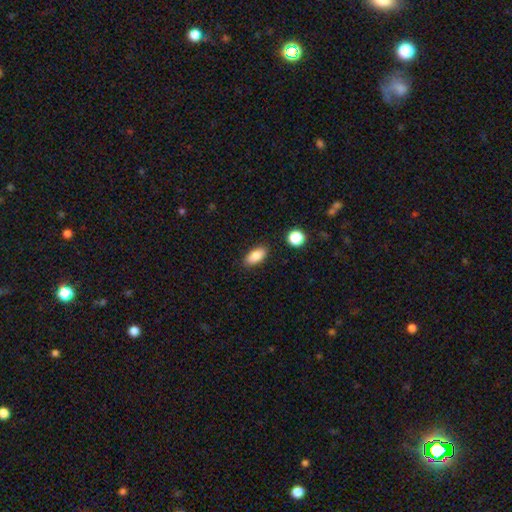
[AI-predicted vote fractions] The model was most divided on "smooth or featured": smooth: 85%, star or artifact: 8%, featured or disk: 7%. More confident: how rounded — in between (89%); merging — none (87%).